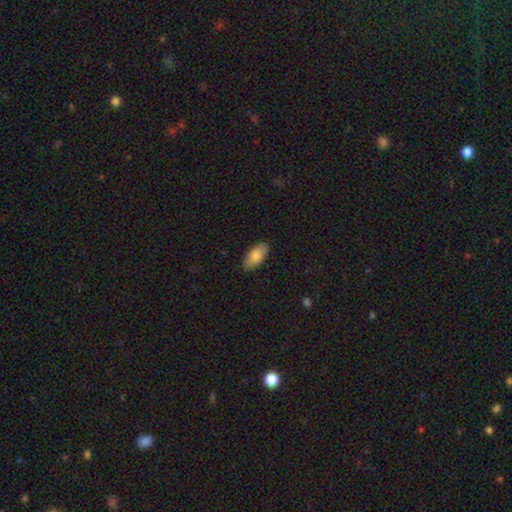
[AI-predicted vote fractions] Smooth or featured?
  - smooth: 84% *
  - featured or disk: 10%
  - star or artifact: 6%
How rounded?
  - in between: 93% *
  - cigar-shaped: 5%
  - round: 2%
Merging?
  - none: 87% *
  - minor disturbance: 10%
  - major disturbance: 2%
  - merger: 1%